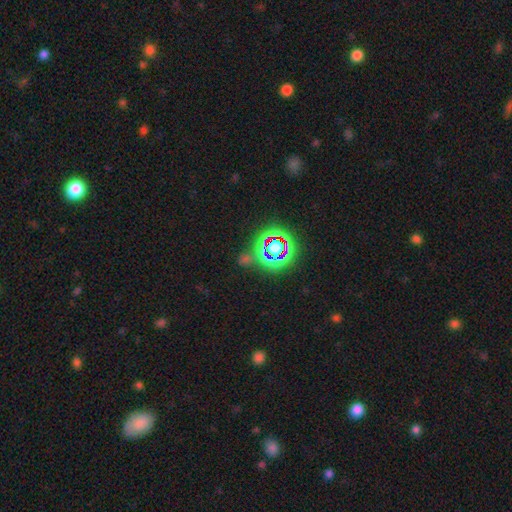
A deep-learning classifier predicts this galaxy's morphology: Smooth or featured? Predicted: star or artifact (p=0.76).